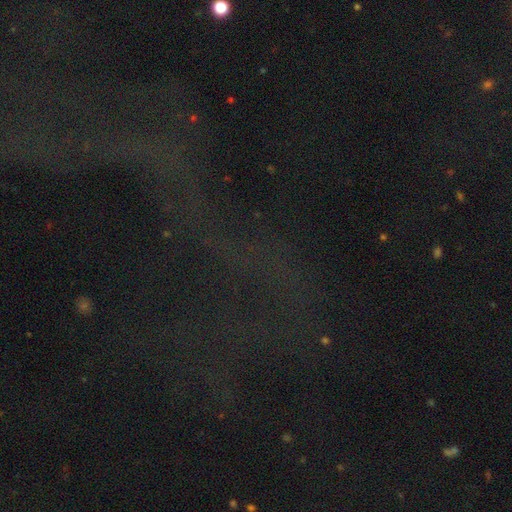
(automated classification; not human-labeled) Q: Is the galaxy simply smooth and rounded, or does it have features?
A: star or artifact — 66%.